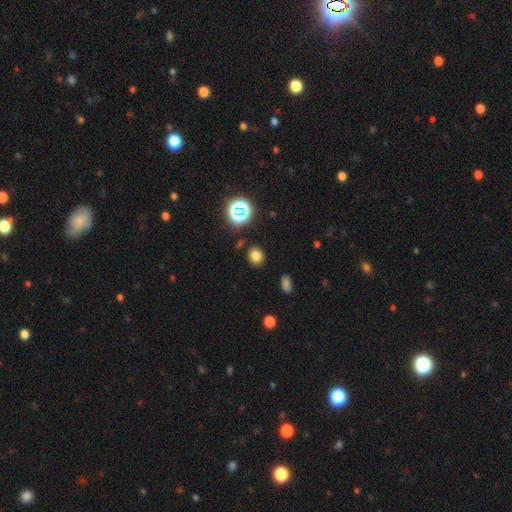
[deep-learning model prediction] Q: Smooth or featured?
A: smooth (76%); runner-up: star or artifact (18%)
Q: How rounded?
A: round (55%); runner-up: in between (44%)
Q: Merging?
A: none (86%); runner-up: minor disturbance (9%)